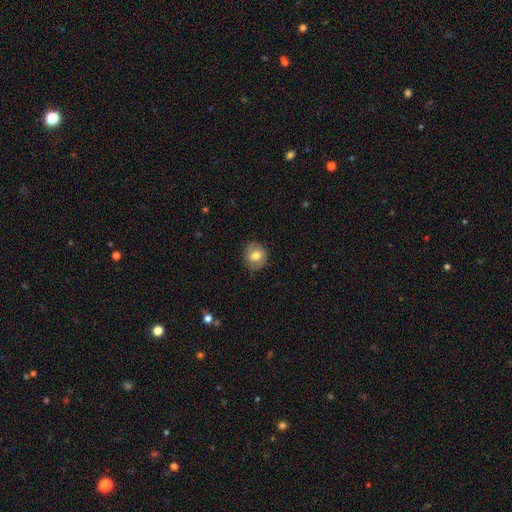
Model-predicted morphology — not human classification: The model was most divided on "smooth or featured": smooth: 72%, featured or disk: 19%, star or artifact: 8%. More confident: merging — none (81%); how rounded — round (79%).